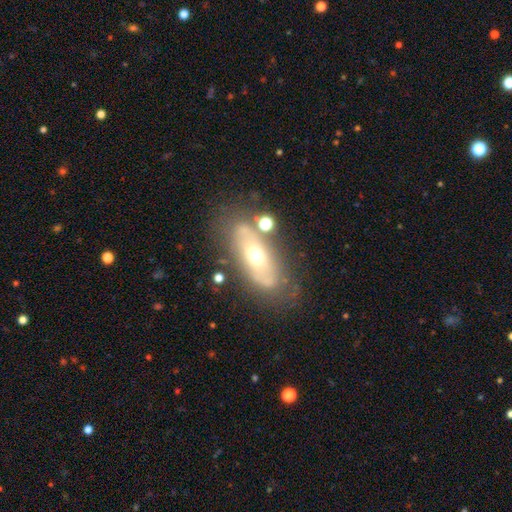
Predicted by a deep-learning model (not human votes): Smooth or featured? featured or disk (55%)
Edge-on disk? no (77%)
Merging? none (66%)